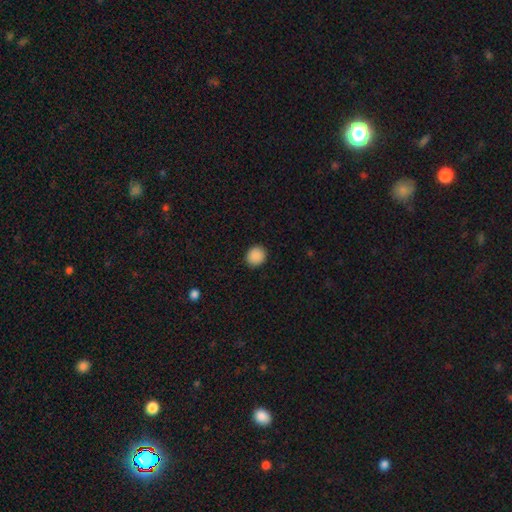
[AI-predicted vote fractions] The model was most divided on "how rounded": round: 83%, in between: 16%, cigar-shaped: 1%. More confident: merging — none (91%); smooth or featured — smooth (89%).